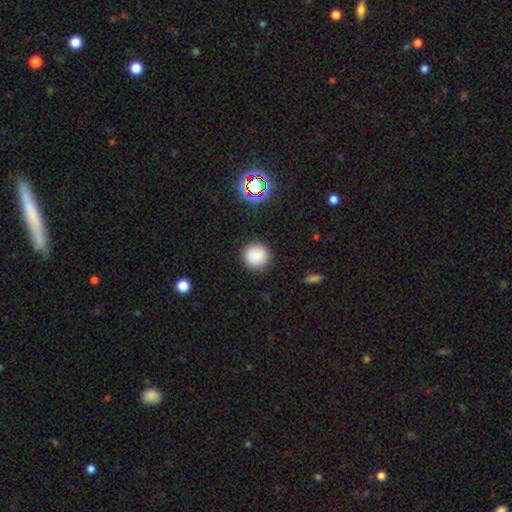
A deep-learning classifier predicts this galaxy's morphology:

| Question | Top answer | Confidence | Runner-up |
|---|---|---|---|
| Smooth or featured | smooth | 84% | star or artifact (11%) |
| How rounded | round | 95% | in between (4%) |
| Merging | none | 89% | minor disturbance (7%) |